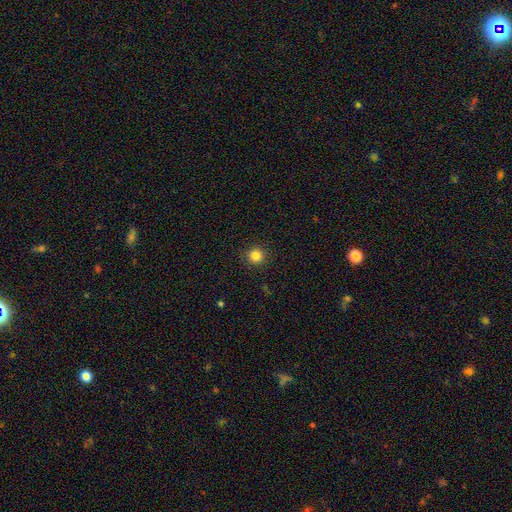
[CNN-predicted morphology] Smooth or featured? Predicted: smooth (p=0.83). How rounded? Predicted: round (p=0.95). Merging? Predicted: none (p=0.92).